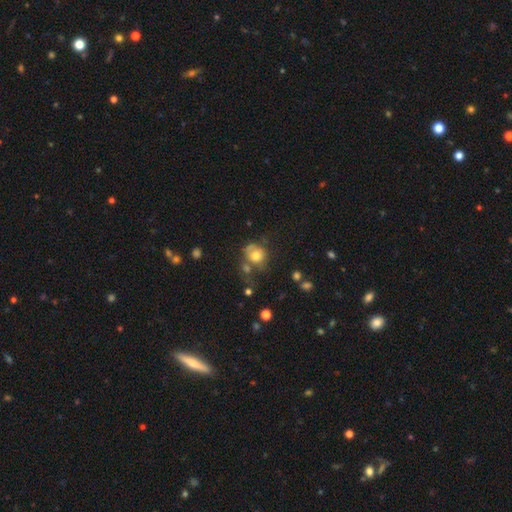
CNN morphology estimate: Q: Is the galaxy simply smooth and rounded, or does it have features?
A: smooth — 69%.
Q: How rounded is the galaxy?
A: round — 75%.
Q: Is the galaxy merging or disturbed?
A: none — 42%.